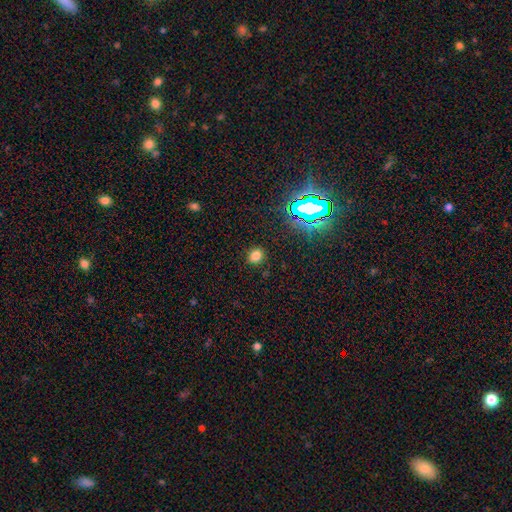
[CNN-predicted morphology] Smooth or featured? smooth (75%)
How rounded? round (59%)
Merging? none (87%)